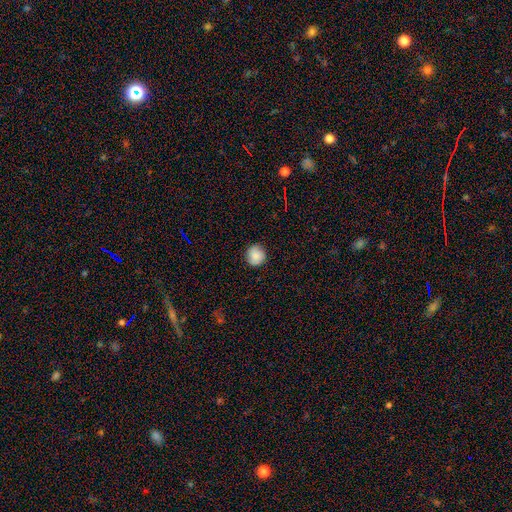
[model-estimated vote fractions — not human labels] Smooth or featured? smooth (82%)
How rounded? round (92%)
Merging? none (86%)